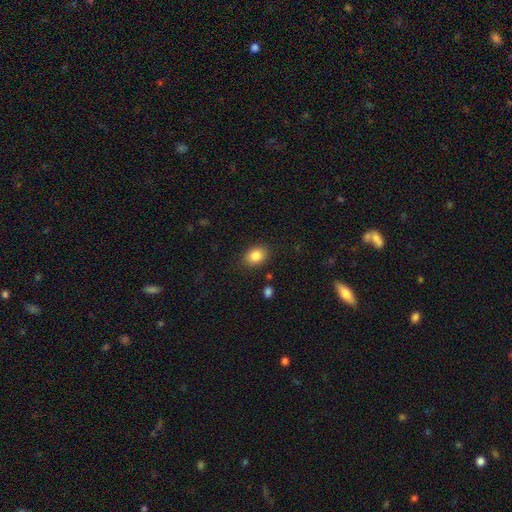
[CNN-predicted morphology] smooth_or_featured: smooth (p=0.85) [alt: star or artifact p=0.09]
how_rounded: in between (p=0.68) [alt: round p=0.31]
merging: none (p=0.86) [alt: minor disturbance p=0.10]